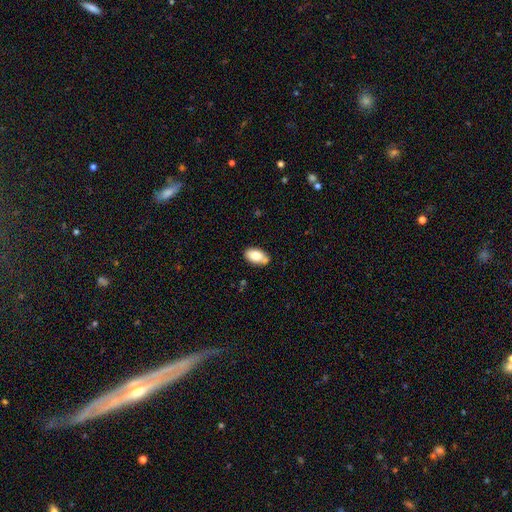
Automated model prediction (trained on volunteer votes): Smooth or featured?
  - smooth: 78% *
  - featured or disk: 15%
  - star or artifact: 7%
How rounded?
  - in between: 93% *
  - round: 5%
  - cigar-shaped: 2%
Merging?
  - none: 71% *
  - minor disturbance: 18%
  - merger: 8%
  - major disturbance: 3%